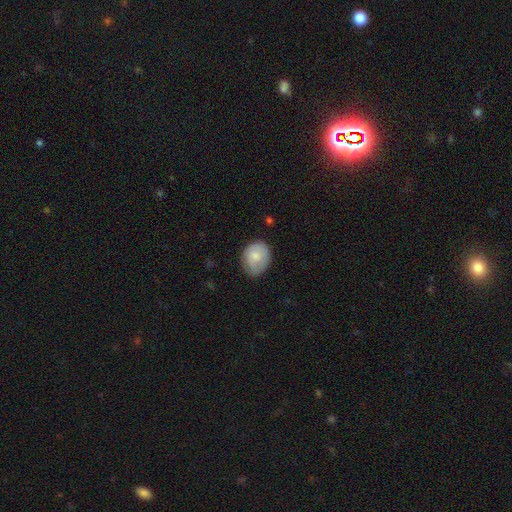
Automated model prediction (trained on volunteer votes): smooth_or_featured: smooth (p=0.74) [alt: featured or disk p=0.20]
how_rounded: in between (p=0.55) [alt: round p=0.44]
merging: none (p=0.68) [alt: minor disturbance p=0.25]